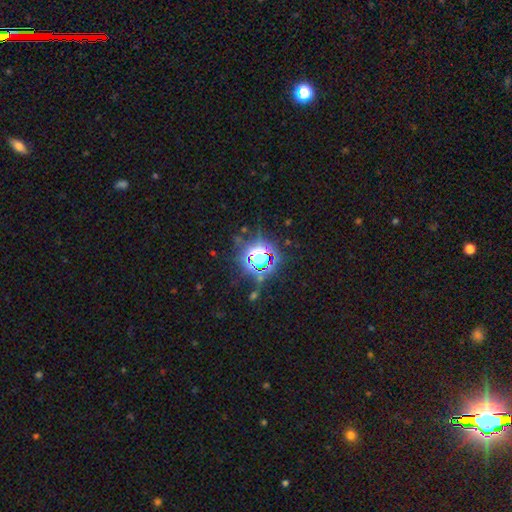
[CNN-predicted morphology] This appears to be a star or artifact, not a galaxy (70%).